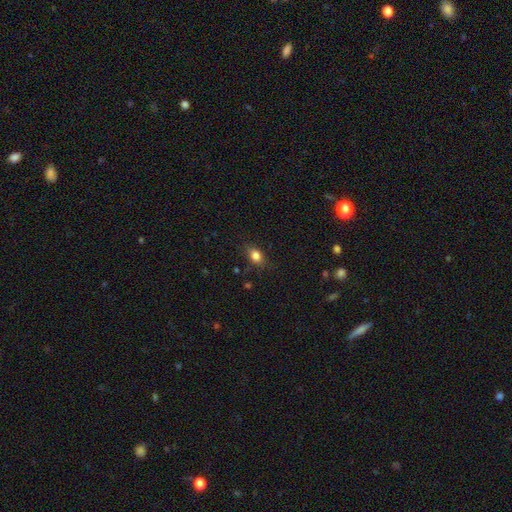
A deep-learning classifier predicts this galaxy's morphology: Smooth or featured? Predicted: smooth (p=0.82). How rounded? Predicted: in between (p=0.72). Merging? Predicted: none (p=0.78).